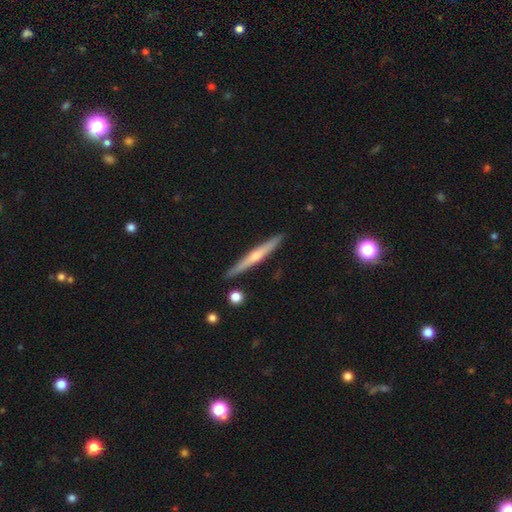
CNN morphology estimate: Smooth or featured? Predicted: featured or disk (p=0.60). Edge-on disk? Predicted: yes (p=0.97). Edge-on bulge? Predicted: rounded (p=0.70). Merging? Predicted: none (p=0.89).